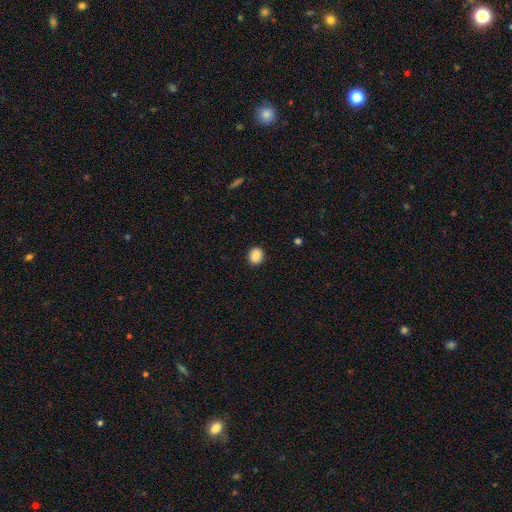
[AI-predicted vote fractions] Overall: smooth (89%). How rounded: round (71%). Merging: none (90%).